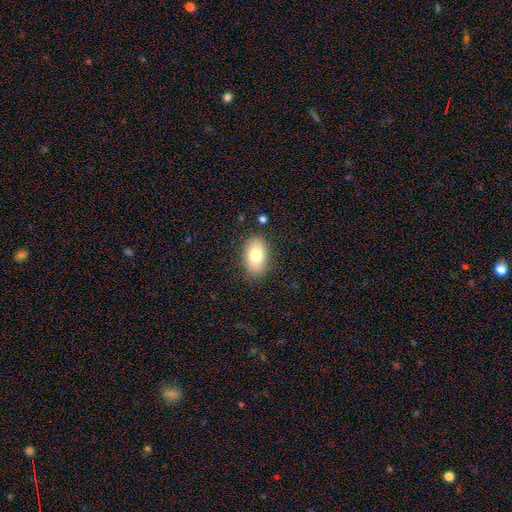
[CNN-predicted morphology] Smooth or featured?
  - smooth: 77% *
  - featured or disk: 15%
  - star or artifact: 8%
How rounded?
  - in between: 90% *
  - round: 8%
  - cigar-shaped: 2%
Merging?
  - none: 84% *
  - minor disturbance: 12%
  - major disturbance: 3%
  - merger: 2%